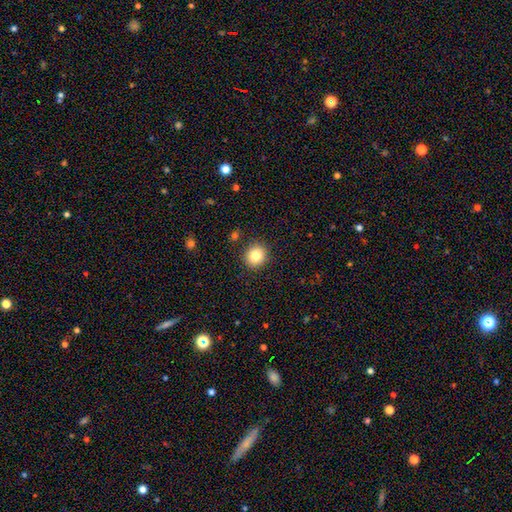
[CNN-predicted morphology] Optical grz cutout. It shows a smooth galaxy with no disk features (82%) that is round (85%). Merging: none (89%).